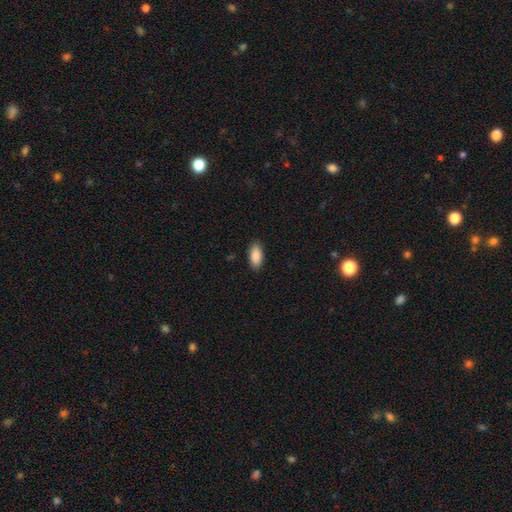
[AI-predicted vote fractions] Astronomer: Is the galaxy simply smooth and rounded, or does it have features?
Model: smooth — 90%.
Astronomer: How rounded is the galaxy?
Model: in between — 90%.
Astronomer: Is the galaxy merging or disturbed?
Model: none — 89%.